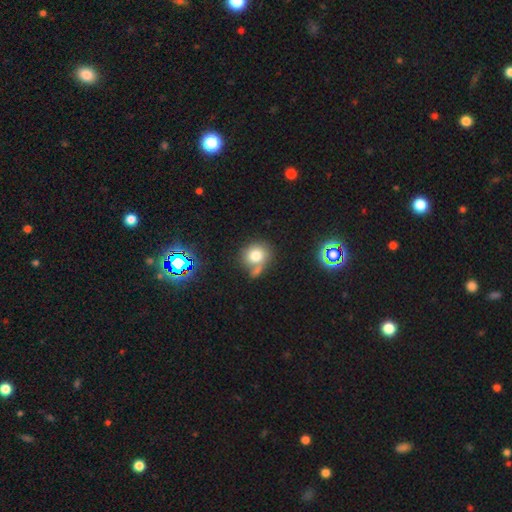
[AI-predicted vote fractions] Smooth or featured?
  - smooth: 74% *
  - star or artifact: 14%
  - featured or disk: 12%
How rounded?
  - round: 76% *
  - in between: 23%
  - cigar-shaped: 1%
Merging?
  - none: 49% *
  - merger: 24%
  - minor disturbance: 18%
  - major disturbance: 9%